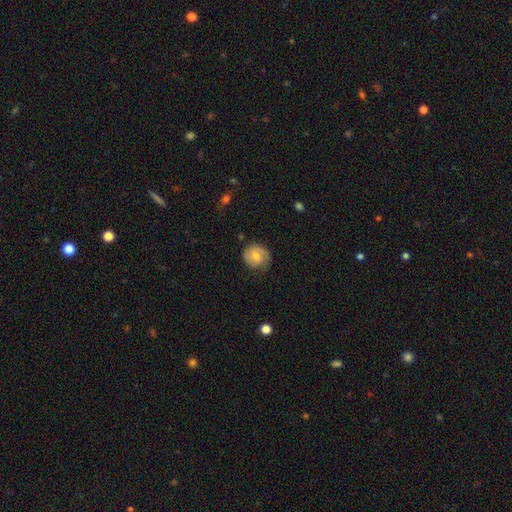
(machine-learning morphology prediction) Smooth or featured? Predicted: featured or disk (p=0.57). Edge-on disk? Predicted: no (p=0.98). Bar? Predicted: weak (p=0.47). Spiral arms? Predicted: yes (p=0.89). Bulge size? Predicted: moderate (p=0.54). Merging? Predicted: none (p=0.75).